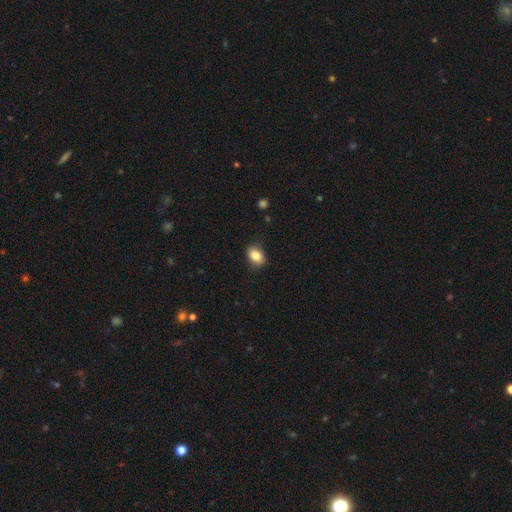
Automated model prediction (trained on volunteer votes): Morphology: type=smooth (84%); roundness=in between (75%); merging=none (83%).